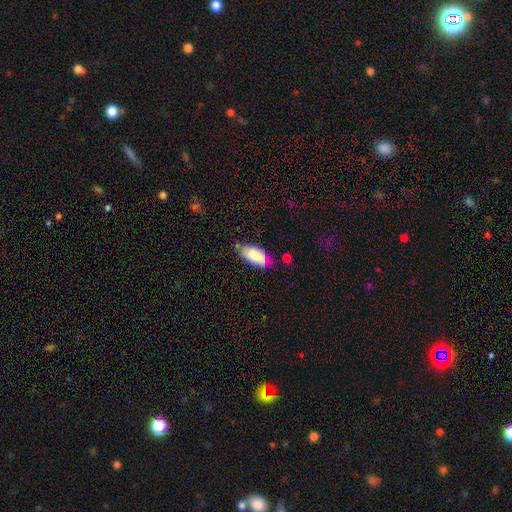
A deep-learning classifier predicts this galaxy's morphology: Q: Smooth or featured?
A: smooth (80%); runner-up: featured or disk (13%)
Q: How rounded?
A: in between (87%); runner-up: cigar-shaped (11%)
Q: Merging?
A: none (60%); runner-up: minor disturbance (28%)